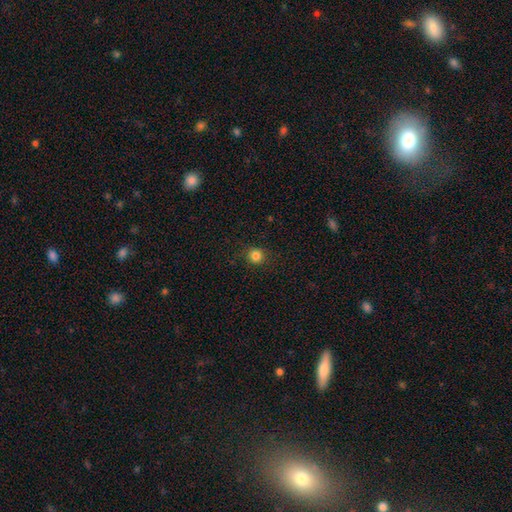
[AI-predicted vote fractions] A smooth galaxy with no disk features (83%) that is round (92%).

Vote fractions:
- Smooth or featured? smooth: 83% / star or artifact: 13% / featured or disk: 5%
- How rounded? round: 92% / in between: 7% / cigar-shaped: 1%
- Merging? none: 89% / minor disturbance: 7% / major disturbance: 2% / merger: 1%